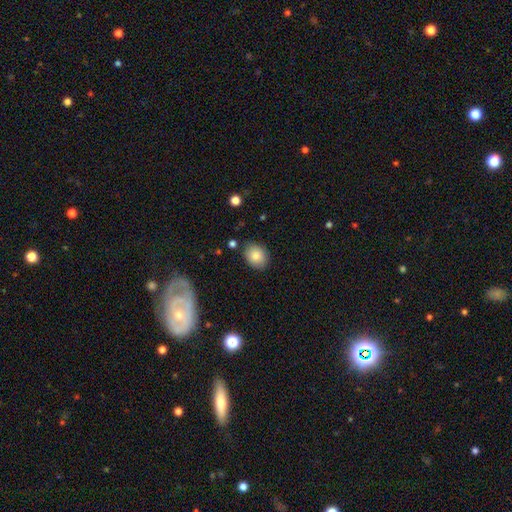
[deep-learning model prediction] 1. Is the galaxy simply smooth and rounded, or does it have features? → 83% smooth, 9% featured or disk, 8% star or artifact.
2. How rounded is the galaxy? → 57% in between, 42% round, 1% cigar-shaped.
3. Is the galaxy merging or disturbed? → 83% none, 12% minor disturbance, 3% major disturbance, 2% merger.